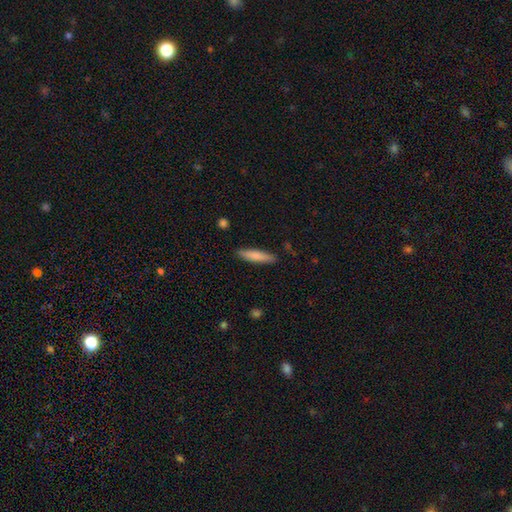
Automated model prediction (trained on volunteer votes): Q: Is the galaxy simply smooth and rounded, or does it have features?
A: smooth — 79%.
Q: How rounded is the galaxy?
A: cigar-shaped — 83%.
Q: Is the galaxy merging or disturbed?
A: none — 88%.